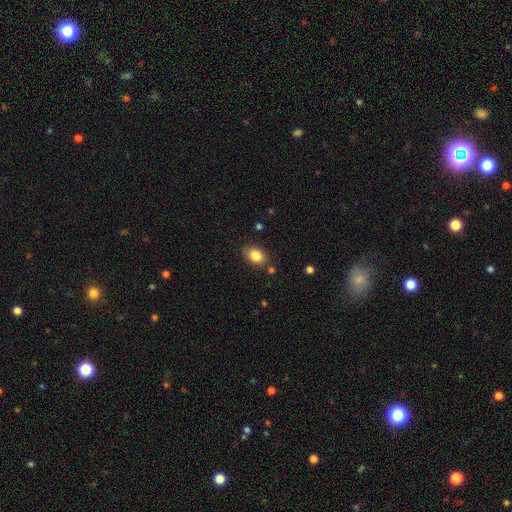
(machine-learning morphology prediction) type=smooth (85%); roundness=in between (80%); merging=none (81%).